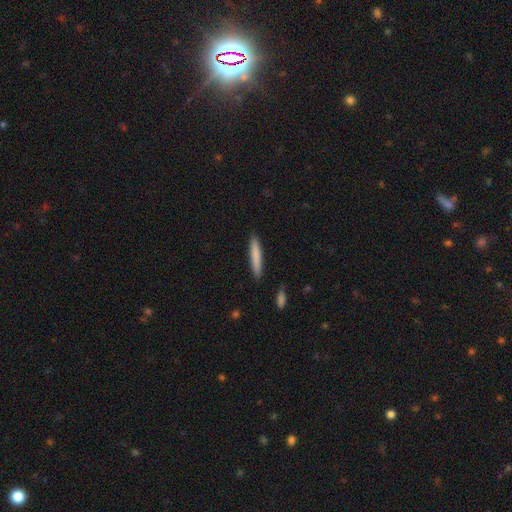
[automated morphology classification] A smooth galaxy with no disk features (81%) that is cigar-shaped (93%).

Vote fractions:
- Smooth or featured? smooth: 81% / featured or disk: 14% / star or artifact: 6%
- How rounded? cigar-shaped: 93% / in between: 5% / round: 1%
- Merging? none: 90% / minor disturbance: 7% / major disturbance: 2% / merger: 2%